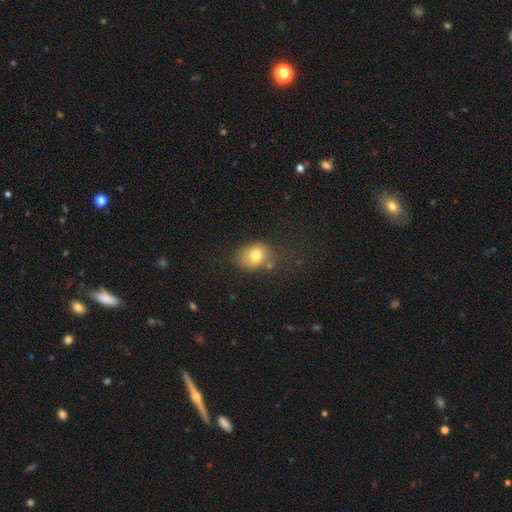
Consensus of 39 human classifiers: smooth_or_featured: smooth (p=0.82) [alt: star or artifact p=0.10]
how_rounded: round (p=0.50) [tied with: in between p=0.50]
merging: none (p=0.51) [alt: minor disturbance p=0.29]